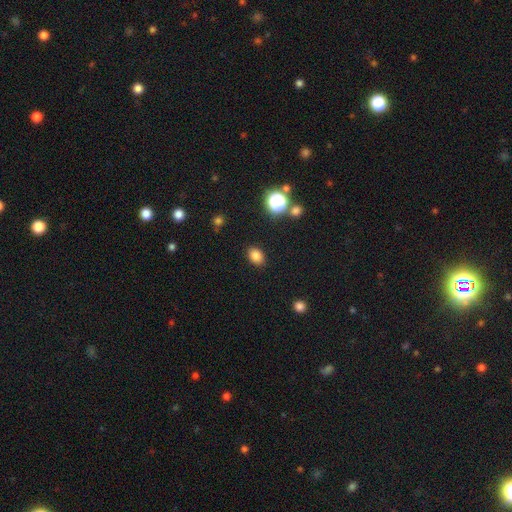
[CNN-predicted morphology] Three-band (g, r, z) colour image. It shows a smooth galaxy with no disk features (82%) that is in between round and cigar-shaped (68%). Merging: none (87%).